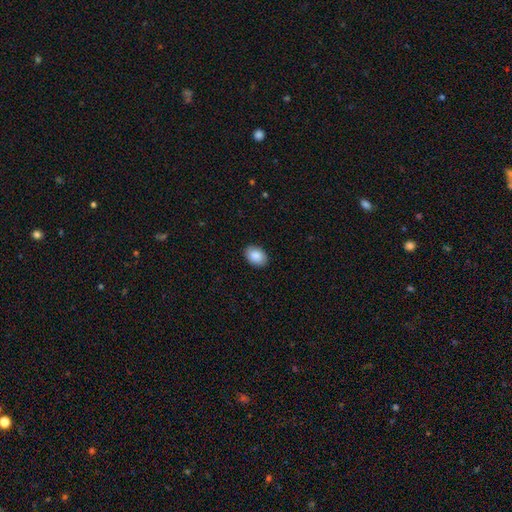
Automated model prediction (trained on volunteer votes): smooth_or_featured: smooth (p=0.89) [alt: star or artifact p=0.06]
how_rounded: in between (p=0.83) [alt: round p=0.16]
merging: none (p=0.90) [alt: minor disturbance p=0.08]